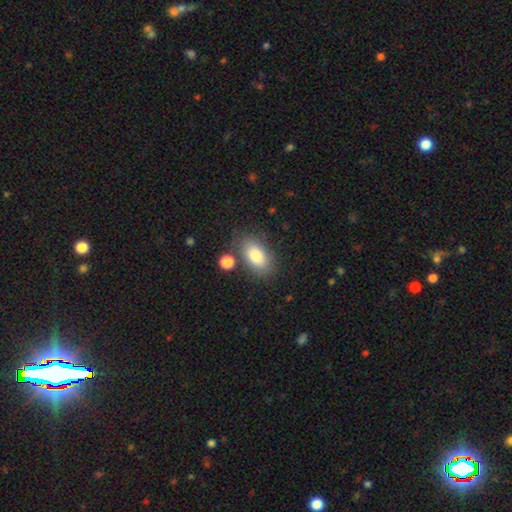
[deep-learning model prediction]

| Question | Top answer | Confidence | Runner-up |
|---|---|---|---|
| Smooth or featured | smooth | 84% | featured or disk (9%) |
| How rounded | in between | 91% | round (6%) |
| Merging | none | 75% | minor disturbance (13%) |